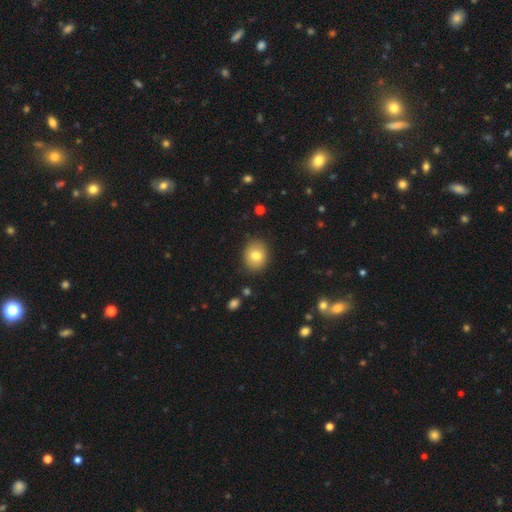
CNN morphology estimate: Smooth or featured? Predicted: smooth (p=0.79). How rounded? Predicted: round (p=0.68). Merging? Predicted: none (p=0.87).